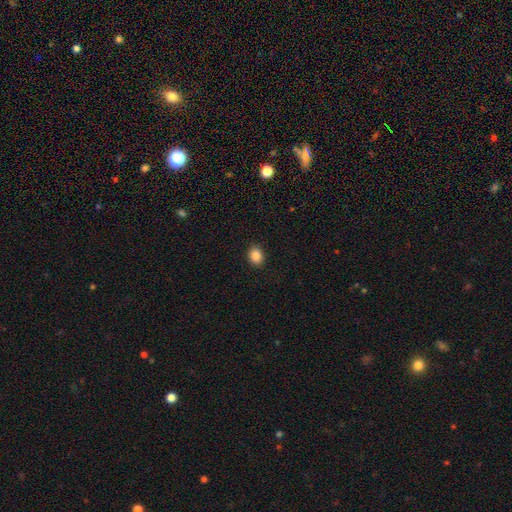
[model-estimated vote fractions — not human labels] Smooth or featured: smooth — 87% (star or artifact — 9%)
How rounded: in between — 56% (round — 43%)
Merging: none — 91% (minor disturbance — 7%)